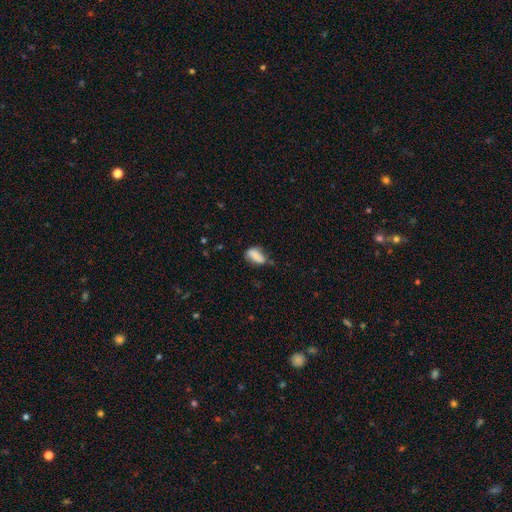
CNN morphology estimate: A smooth galaxy with no disk features (72%) that is in between round and cigar-shaped (83%). Merging: none (46%).